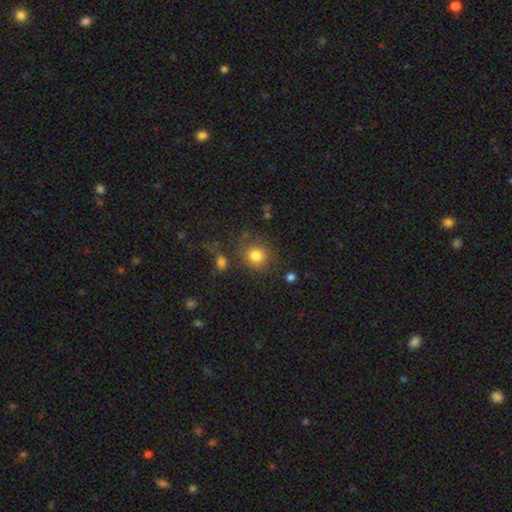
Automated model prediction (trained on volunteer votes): A smooth galaxy with no disk features (82%) that is round (86%).

Vote fractions:
- Smooth or featured? smooth: 82% / star or artifact: 12% / featured or disk: 7%
- How rounded? round: 86% / in between: 13% / cigar-shaped: 1%
- Merging? none: 76% / minor disturbance: 12% / merger: 6% / major disturbance: 6%